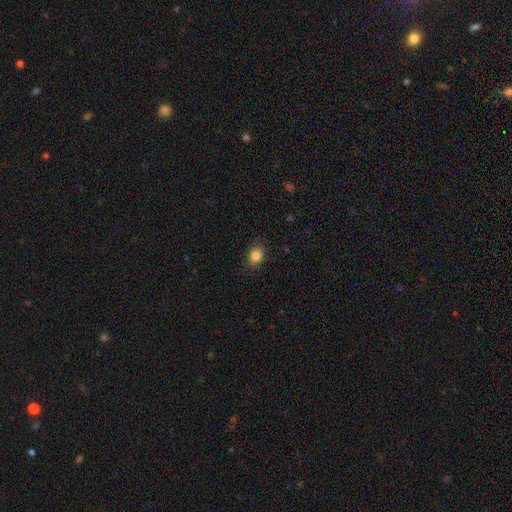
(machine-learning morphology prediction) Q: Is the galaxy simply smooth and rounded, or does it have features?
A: smooth — 85%.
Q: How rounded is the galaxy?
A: in between — 67%.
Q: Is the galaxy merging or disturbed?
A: none — 86%.